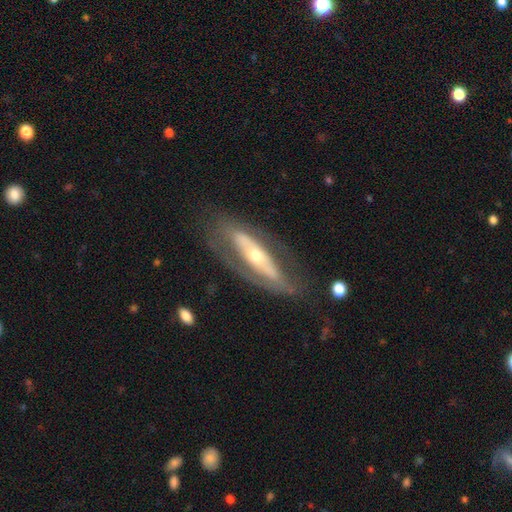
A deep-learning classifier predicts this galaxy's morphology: This appears to be a featured or disk galaxy (74%) with no bar (44%), no spiral arms (52%) and a moderate central bulge (51%). Merging: none (63%).